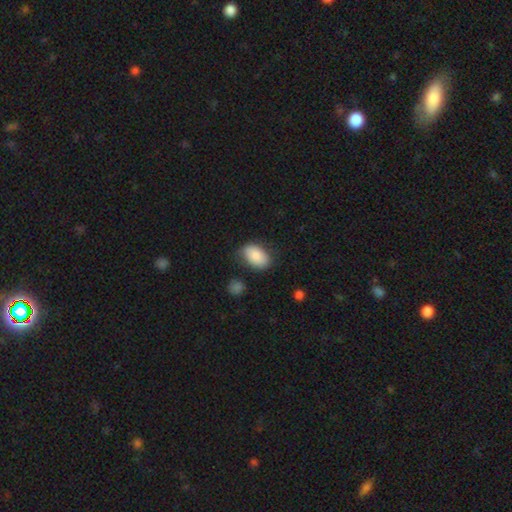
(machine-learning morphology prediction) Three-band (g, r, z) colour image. It shows a smooth galaxy with no disk features (86%) that is in between round and cigar-shaped (90%). Merging: none (73%).